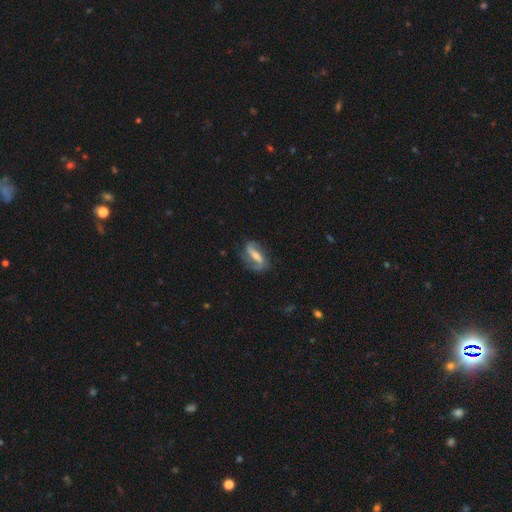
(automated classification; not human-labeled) Smooth or featured: featured or disk — 75% (smooth — 19%)
Edge-on disk: no — 89% (yes — 11%)
Bar: strong — 61% (weak — 26%)
Spiral arms: yes — 88% (no — 12%)
Spiral winding: loose — 44% (medium — 37%)
Spiral arm count: 2 — 84% (1 — 7%)
Bulge size: small — 42% (moderate — 38%)
Merging: none — 69% (minor disturbance — 19%)